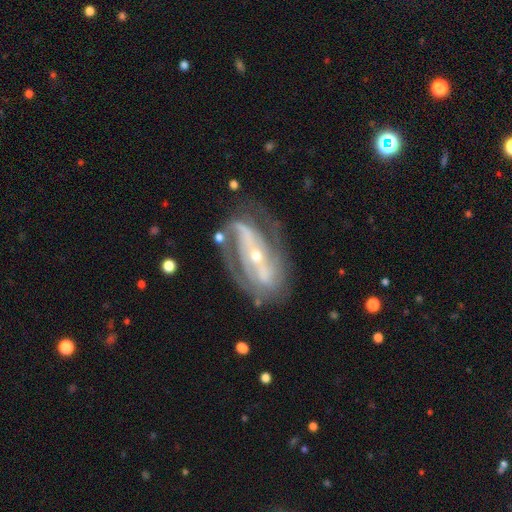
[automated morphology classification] This appears to be a featured or disk galaxy (87%) with a strong bar (54%), 2 (68%) tight (42%) spiral arms (90%) and a small central bulge (59%). Merging: none (64%).